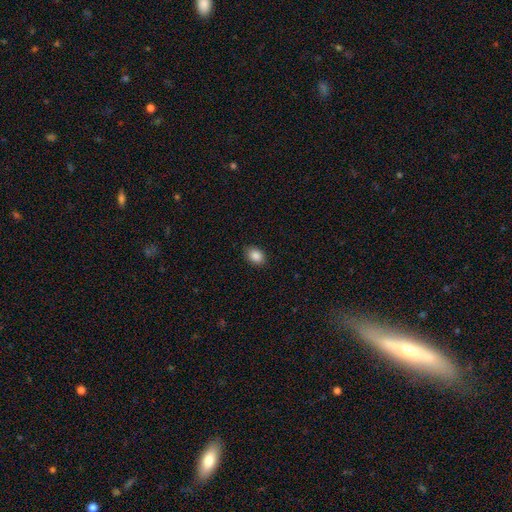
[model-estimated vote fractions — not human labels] Smooth or featured? smooth (88%)
How rounded? in between (75%)
Merging? none (87%)